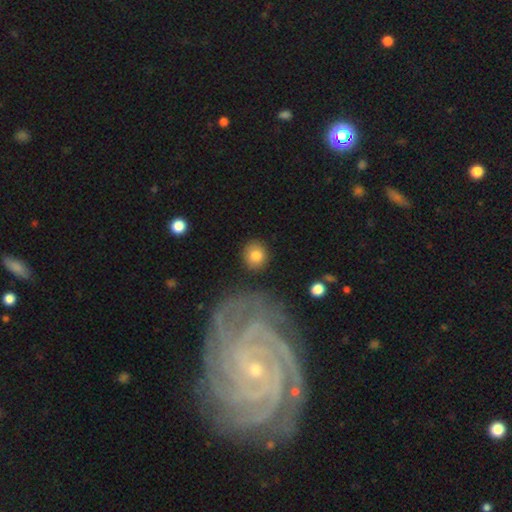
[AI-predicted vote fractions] A smooth galaxy with no disk features (82%) that is round (86%). Merging: none (88%).